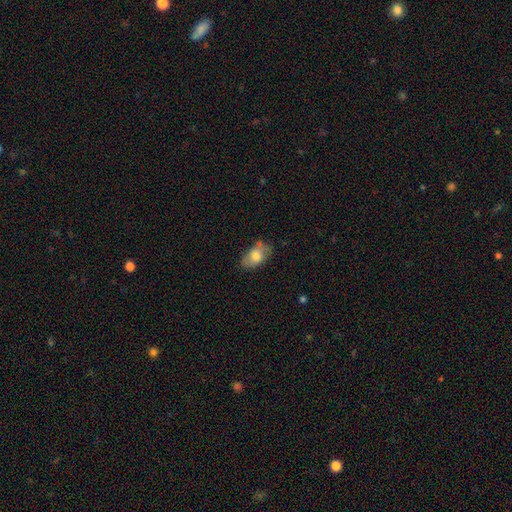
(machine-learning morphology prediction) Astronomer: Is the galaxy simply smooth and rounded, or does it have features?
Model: smooth — 72%.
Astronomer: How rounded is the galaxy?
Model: in between — 90%.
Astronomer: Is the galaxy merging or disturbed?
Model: none — 65%.